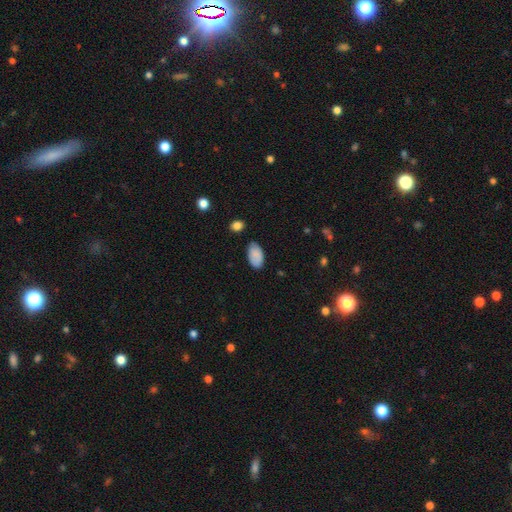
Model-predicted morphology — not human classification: type=smooth (87%); roundness=in between (95%); merging=none (79%).